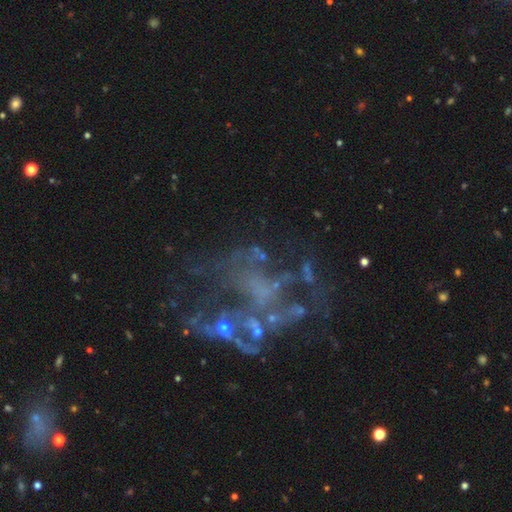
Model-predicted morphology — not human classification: A featured or disk galaxy (64%) with no bar (80%), no spiral arms (69%) and no central bulge (67%).

Vote fractions:
- Smooth or featured? featured or disk: 64% / star or artifact: 24% / smooth: 12%
- Edge-on disk? no: 97% / yes: 3%
- Bar? no: 80% / weak: 14% / strong: 6%
- Spiral arms? no: 69% / yes: 31%
- Bulge size? none: 67% / small: 20% / moderate: 10% / large: 2% / dominant: 1%
- Merging? major disturbance: 38% / none: 34% / merger: 14% / minor disturbance: 13%